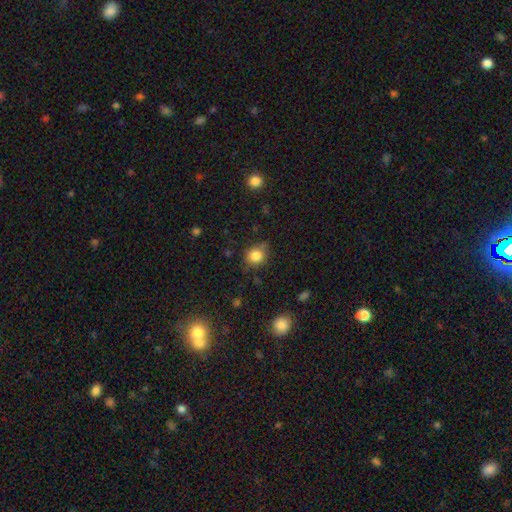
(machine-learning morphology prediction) Overall: smooth (83%). How rounded: round (70%). Merging: none (74%).